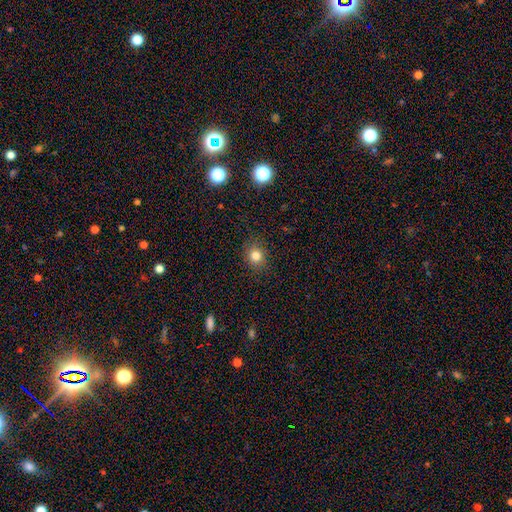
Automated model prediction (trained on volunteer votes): Smooth or featured? smooth (81%)
How rounded? round (75%)
Merging? none (87%)